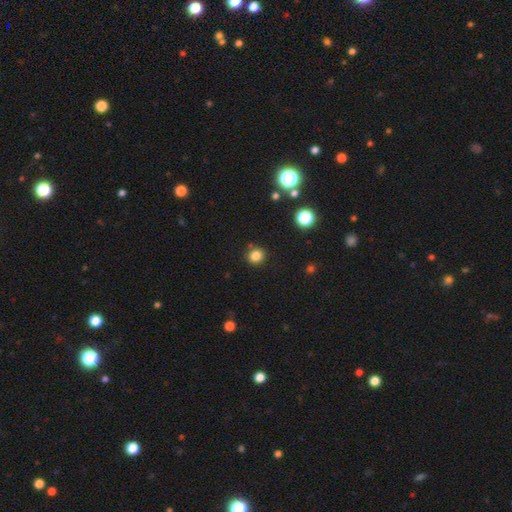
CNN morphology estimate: smooth_or_featured: smooth (p=0.82) [alt: star or artifact p=0.13]
how_rounded: round (p=0.86) [alt: in between p=0.13]
merging: none (p=0.85) [alt: minor disturbance p=0.09]